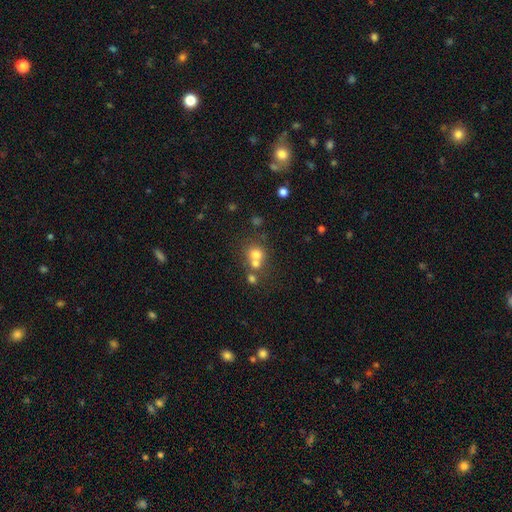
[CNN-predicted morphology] Overall: smooth (63%). How rounded: round (84%). Merging: merger (48%; none 42%).